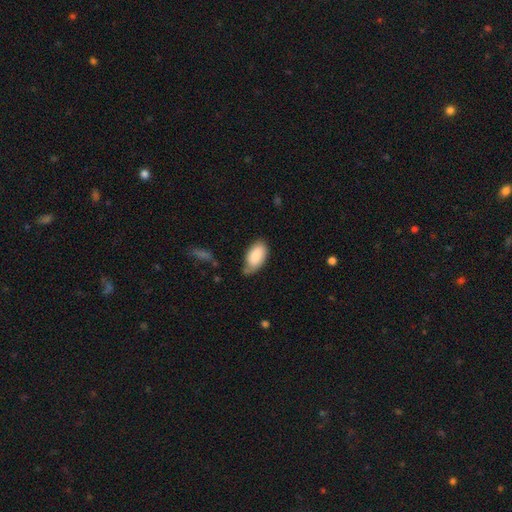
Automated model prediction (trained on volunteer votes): Morphology: type=smooth (82%); roundness=in between (95%); merging=none (54%).